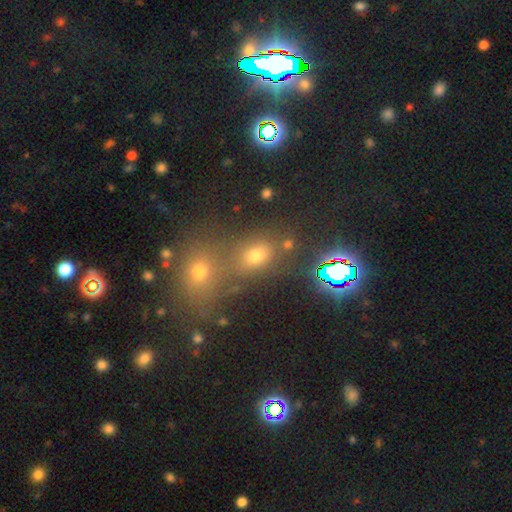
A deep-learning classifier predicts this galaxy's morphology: Smooth or featured: star or artifact — 45% (tied with smooth — 45%)